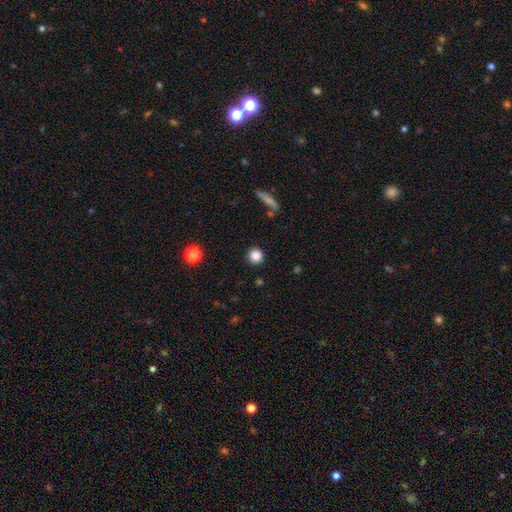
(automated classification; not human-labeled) Smooth or featured? Predicted: smooth (p=0.85). How rounded? Predicted: round (p=0.94). Merging? Predicted: none (p=0.91).